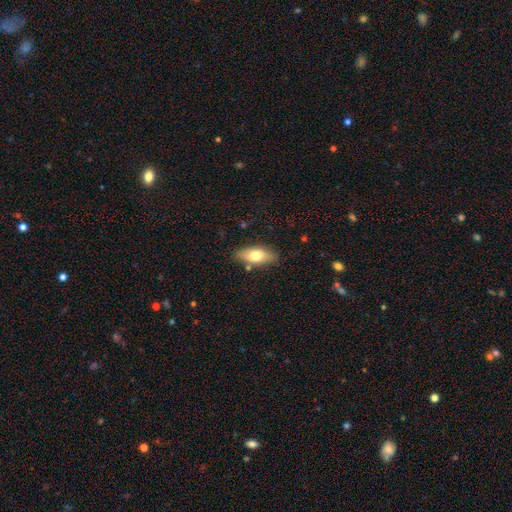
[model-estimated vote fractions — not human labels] Morphology: type=smooth (70%); roundness=in between (80%); merging=none (81%).